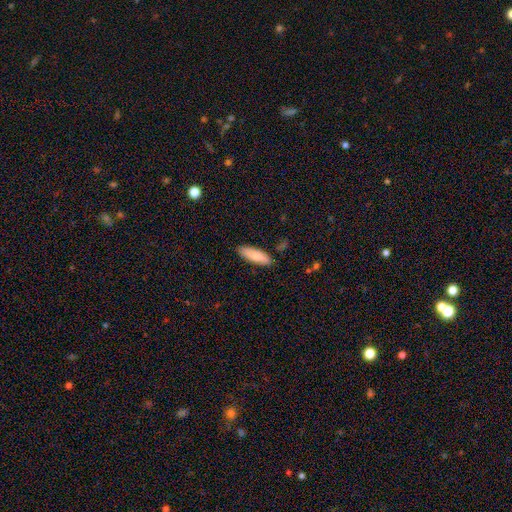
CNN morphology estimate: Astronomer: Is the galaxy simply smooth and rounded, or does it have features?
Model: smooth — 85%.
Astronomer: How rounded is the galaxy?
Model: in between — 53% (runner-up: cigar-shaped, 46%).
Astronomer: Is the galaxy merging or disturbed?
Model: none — 86%.